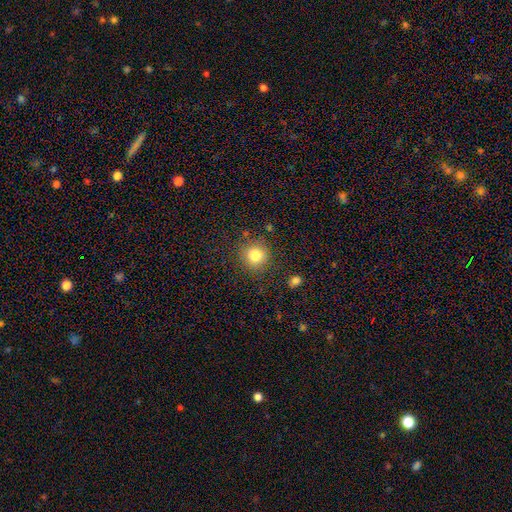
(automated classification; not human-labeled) The model was most divided on "smooth or featured": smooth: 83%, star or artifact: 11%, featured or disk: 6%. More confident: how rounded — round (89%); merging — none (84%).